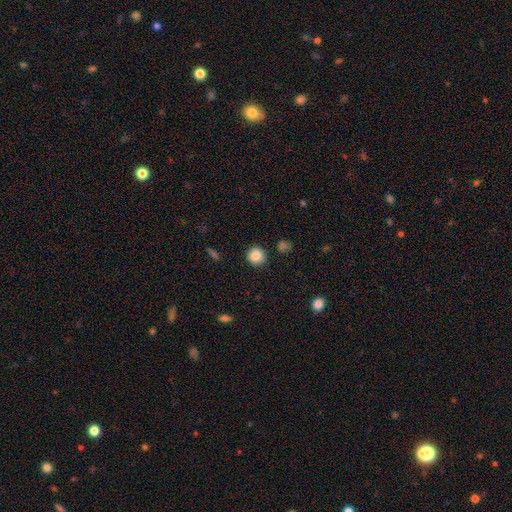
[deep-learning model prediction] Q: Smooth or featured?
A: smooth (86%); runner-up: star or artifact (9%)
Q: How rounded?
A: round (92%); runner-up: in between (7%)
Q: Merging?
A: none (89%); runner-up: minor disturbance (7%)